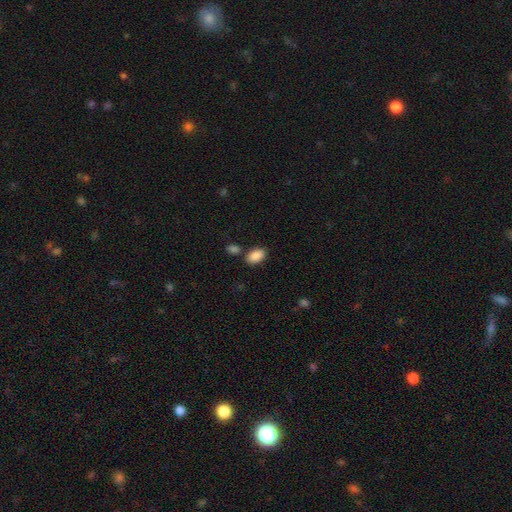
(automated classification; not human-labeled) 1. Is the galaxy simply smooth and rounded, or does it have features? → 89% smooth, 7% star or artifact, 4% featured or disk.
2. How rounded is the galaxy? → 91% in between, 8% round, 1% cigar-shaped.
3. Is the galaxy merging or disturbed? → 77% none, 11% minor disturbance, 8% merger, 3% major disturbance.